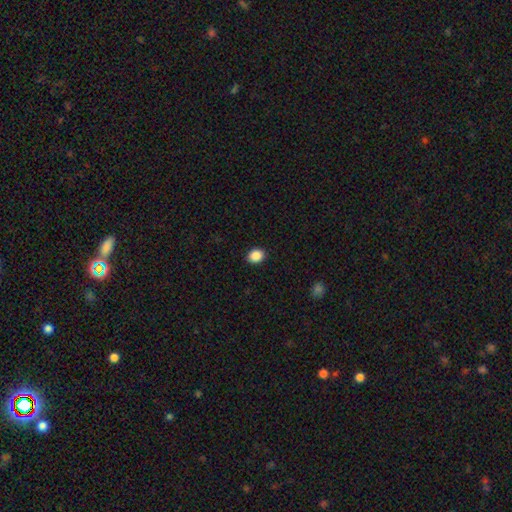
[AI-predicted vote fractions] This is clearly a smooth galaxy (88%). How rounded: possibly round (56%). Merging: clearly none (91%).